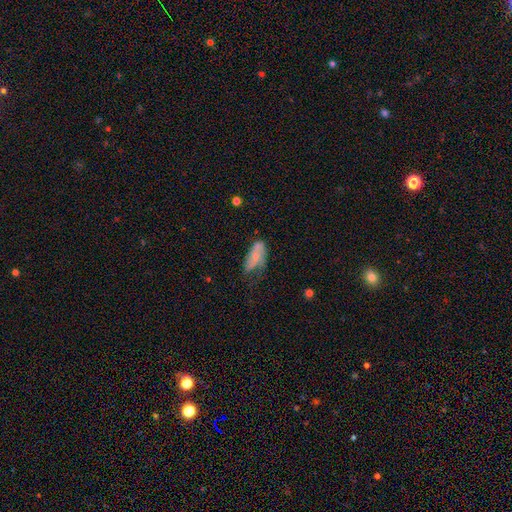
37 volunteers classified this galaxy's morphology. Q: Smooth or featured?
A: smooth (51%); runner-up: featured or disk (46%)
Q: How rounded?
A: in between (84%); runner-up: cigar-shaped (16%)
Q: Merging?
A: none (42%); runner-up: minor disturbance (36%)